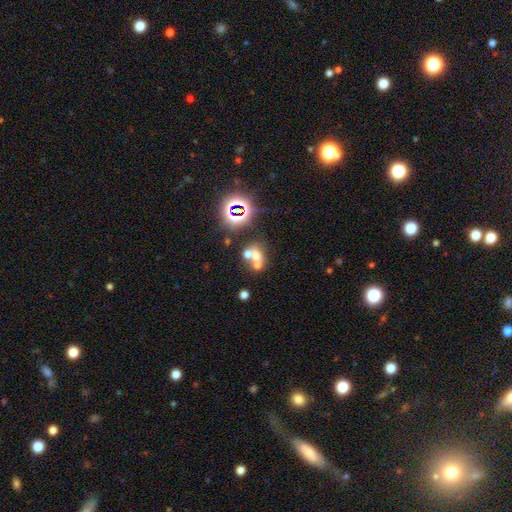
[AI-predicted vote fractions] smooth 50%, star or artifact 27%, featured or disk 23%. Down the decision tree: how rounded — round (61%); merging — merger (52%).